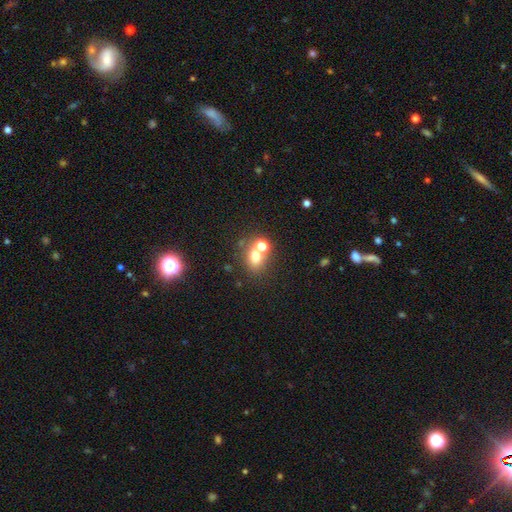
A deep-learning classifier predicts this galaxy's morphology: smooth-or-featured: smooth: 67% | star or artifact: 17% | featured or disk: 16%
  how-rounded: round: 56% | in between: 43% | cigar-shaped: 1%
  merging: none: 48% | merger: 38% | minor disturbance: 9% | major disturbance: 5%